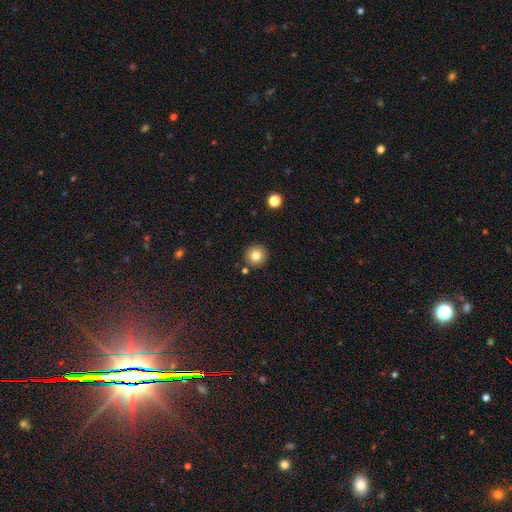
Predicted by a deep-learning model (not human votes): Smooth or featured: smooth — 81% (star or artifact — 11%)
How rounded: round — 95% (in between — 4%)
Merging: none — 88% (minor disturbance — 6%)